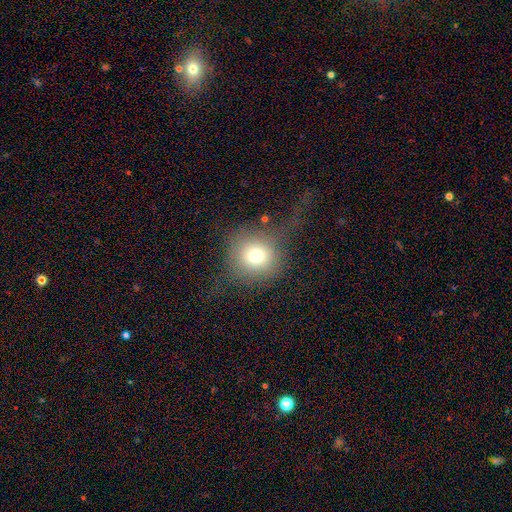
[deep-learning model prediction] Smooth or featured: smooth — 67% (featured or disk — 20%)
How rounded: round — 90% (in between — 9%)
Merging: none — 47% (major disturbance — 32%)